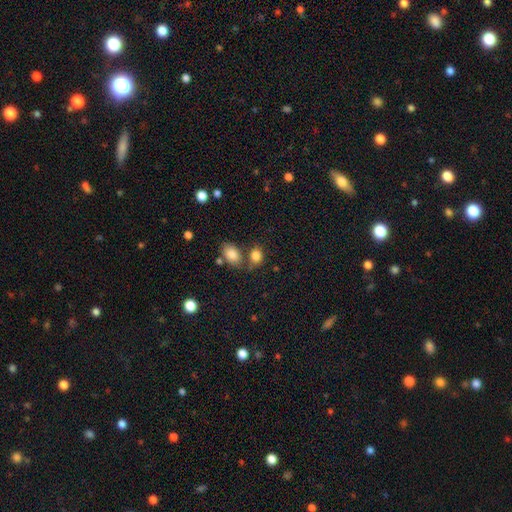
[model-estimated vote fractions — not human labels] smooth 83%, star or artifact 10%, featured or disk 7%. Down the decision tree: how rounded — in between (68%); merging — none (56%).